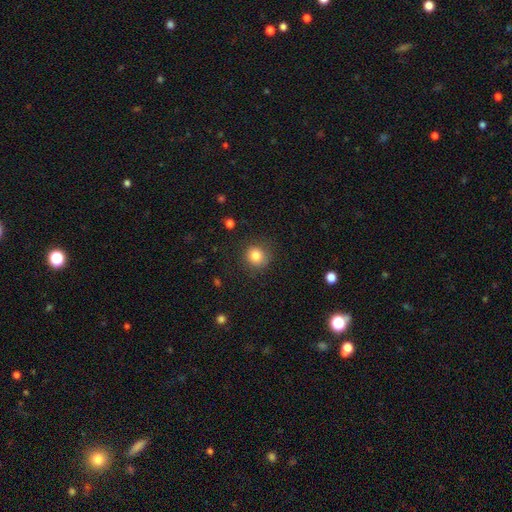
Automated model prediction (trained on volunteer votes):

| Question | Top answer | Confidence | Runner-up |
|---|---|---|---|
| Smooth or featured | smooth | 82% | star or artifact (11%) |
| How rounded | round | 87% | in between (12%) |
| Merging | none | 84% | minor disturbance (11%) |